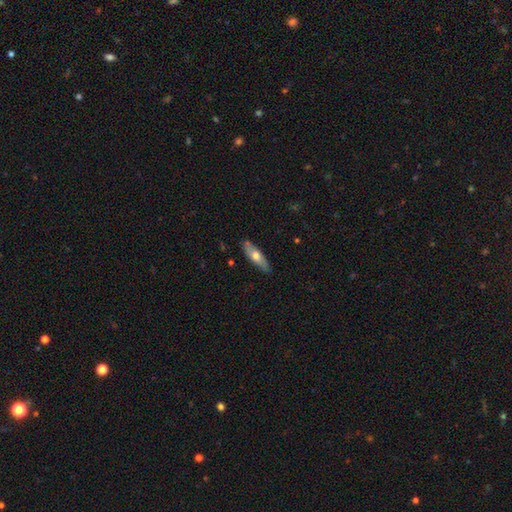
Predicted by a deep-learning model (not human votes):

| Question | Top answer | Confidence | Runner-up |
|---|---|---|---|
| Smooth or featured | smooth | 55% | featured or disk (39%) |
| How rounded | cigar-shaped | 52% | in between (46%) |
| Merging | none | 83% | minor disturbance (13%) |